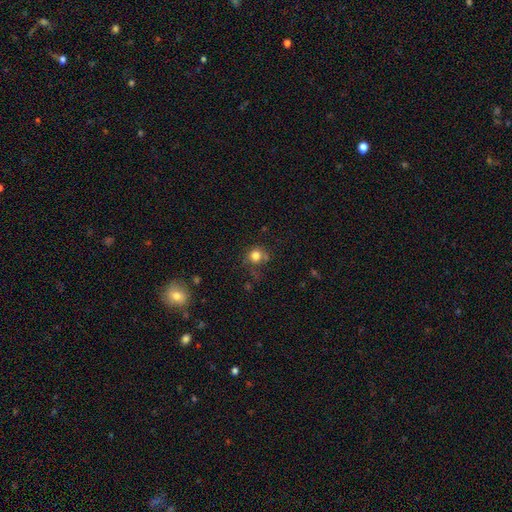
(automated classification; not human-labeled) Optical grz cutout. It shows a smooth galaxy with no disk features (79%) that is round (84%). Merging: none (60%).